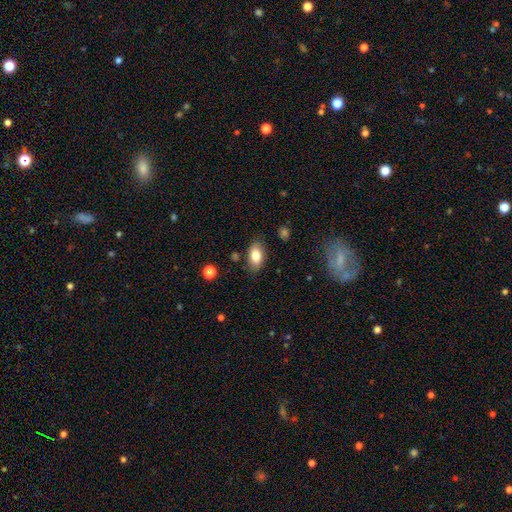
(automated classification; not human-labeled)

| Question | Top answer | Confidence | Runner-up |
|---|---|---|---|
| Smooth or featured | smooth | 80% | featured or disk (12%) |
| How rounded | in between | 92% | round (5%) |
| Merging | none | 82% | minor disturbance (13%) |